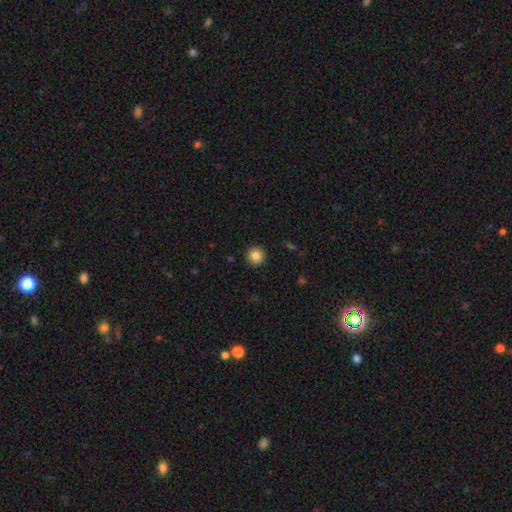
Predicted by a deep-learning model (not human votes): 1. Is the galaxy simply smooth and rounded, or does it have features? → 84% smooth, 10% star or artifact, 6% featured or disk.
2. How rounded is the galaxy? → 96% round, 3% in between, 1% cigar-shaped.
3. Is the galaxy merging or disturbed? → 93% none, 5% minor disturbance, 2% major disturbance, 1% merger.